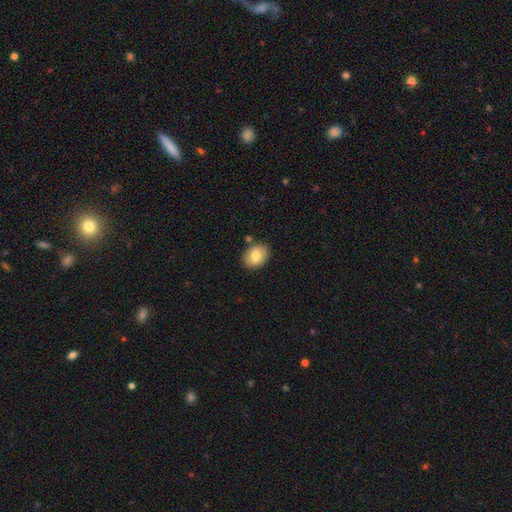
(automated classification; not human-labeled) Overall: smooth (78%). How rounded: in between (66%; round 33%). Merging: none (83%).